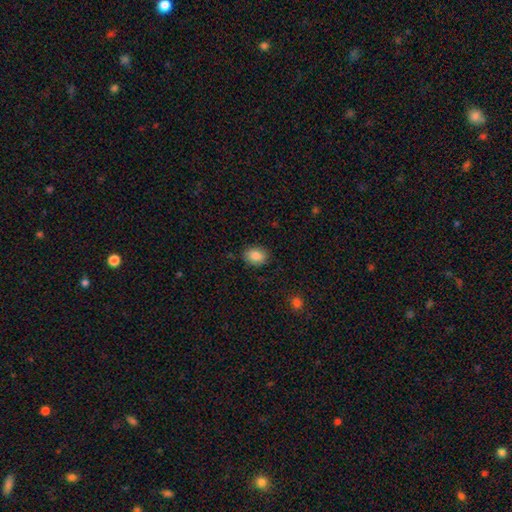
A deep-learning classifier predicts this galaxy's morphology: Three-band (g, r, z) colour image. It shows a smooth galaxy with no disk features (85%) that is in between round and cigar-shaped (56%). Merging: none (86%).